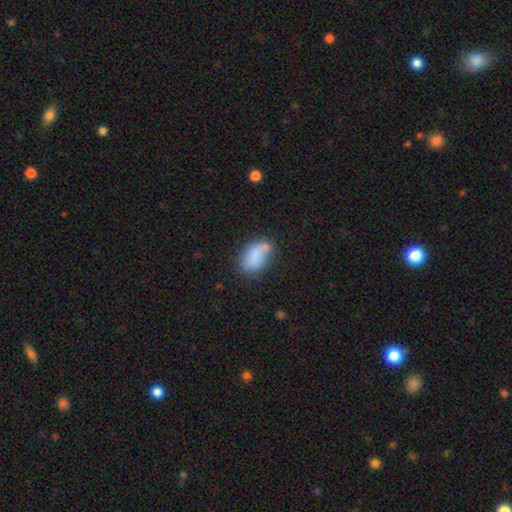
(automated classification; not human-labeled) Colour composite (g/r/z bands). It shows a smooth galaxy with no disk features (77%) that is in between round and cigar-shaped (90%). Merging: none (53%).